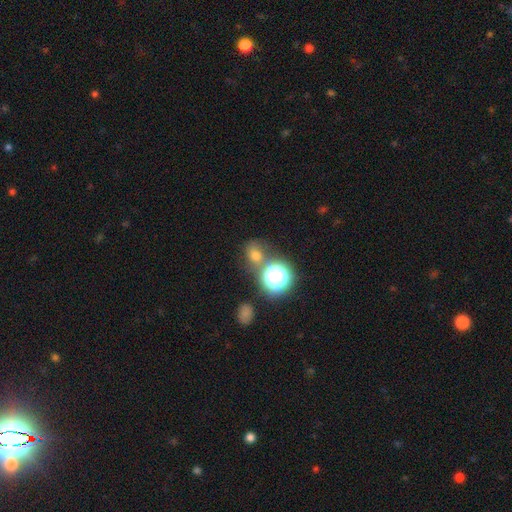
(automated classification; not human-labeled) A smooth galaxy with no disk features (62%) that is round (68%). Merging: none (62%).